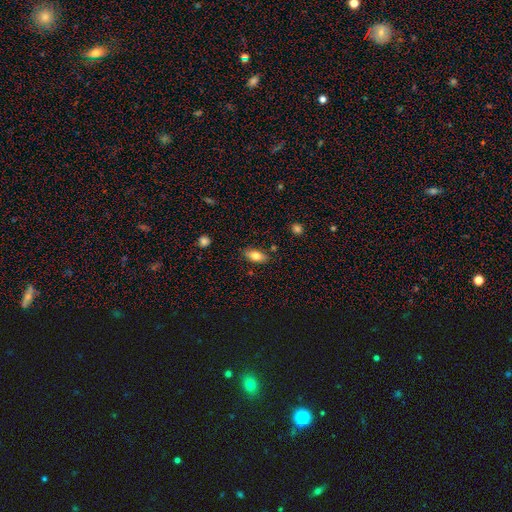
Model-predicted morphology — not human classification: smooth_or_featured: smooth (p=0.79) [alt: featured or disk p=0.14]
how_rounded: in between (p=0.88) [alt: cigar-shaped p=0.08]
merging: none (p=0.83) [alt: minor disturbance p=0.12]